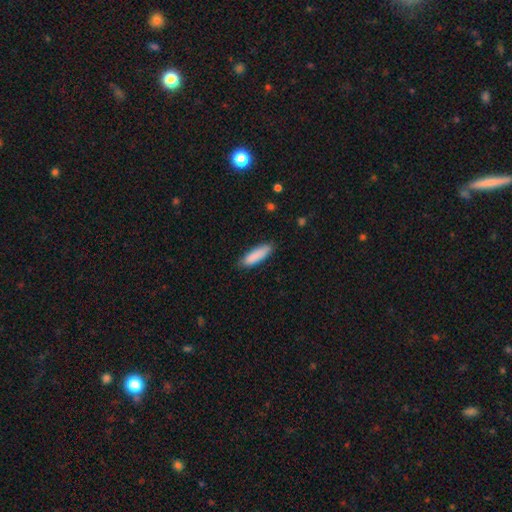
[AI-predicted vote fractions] smooth_or_featured: smooth (p=0.88) [alt: featured or disk p=0.06]
how_rounded: cigar-shaped (p=0.55) [alt: in between p=0.44]
merging: none (p=0.84) [alt: minor disturbance p=0.13]